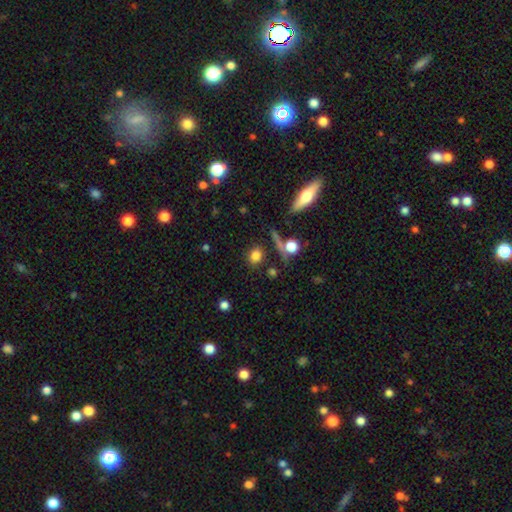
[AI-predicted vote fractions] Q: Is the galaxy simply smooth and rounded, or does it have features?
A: smooth — 79%.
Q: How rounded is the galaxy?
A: round — 70%.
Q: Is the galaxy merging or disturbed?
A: none — 80%.